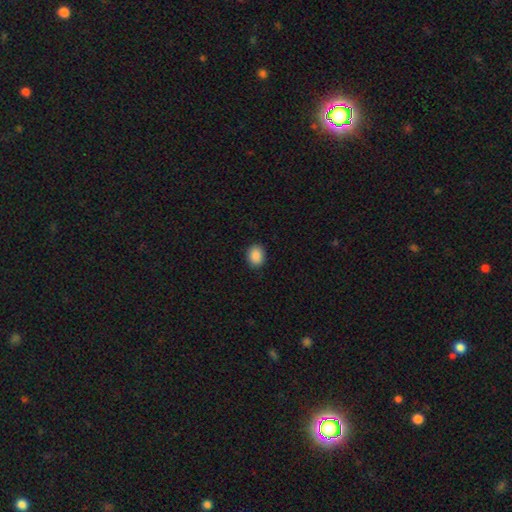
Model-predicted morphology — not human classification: This is clearly a smooth galaxy (89%). How rounded: possibly in between (53%). Merging: clearly none (89%).